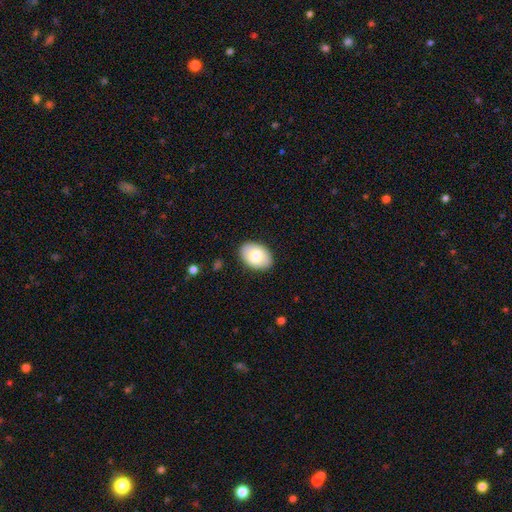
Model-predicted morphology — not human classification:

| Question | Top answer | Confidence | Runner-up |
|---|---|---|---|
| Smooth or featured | smooth | 77% | featured or disk (17%) |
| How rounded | in between | 87% | round (12%) |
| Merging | none | 88% | minor disturbance (9%) |